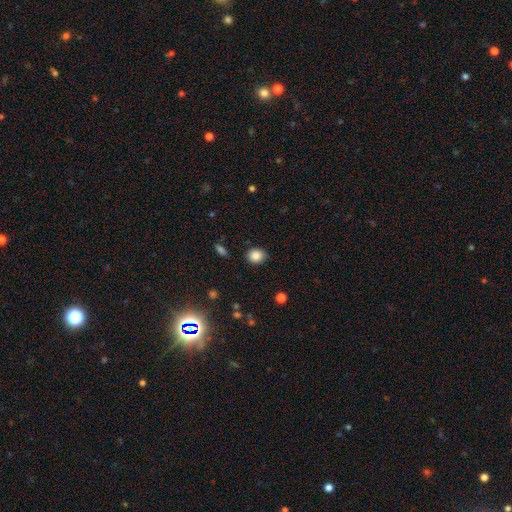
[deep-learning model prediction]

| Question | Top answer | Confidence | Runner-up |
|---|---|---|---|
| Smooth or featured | smooth | 86% | star or artifact (9%) |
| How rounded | round | 62% | in between (37%) |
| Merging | none | 83% | minor disturbance (13%) |